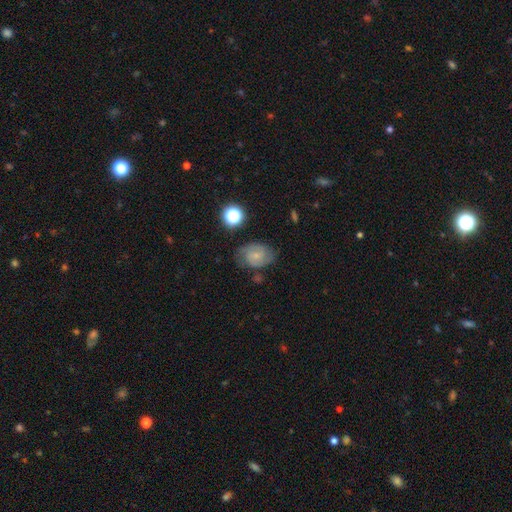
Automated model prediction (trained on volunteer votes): Smooth or featured?
  - featured or disk: 54% *
  - smooth: 36%
  - star or artifact: 11%
Edge-on disk?
  - no: 97% *
  - yes: 3%
Bar?
  - no: 51% *
  - weak: 41%
  - strong: 8%
Spiral arms?
  - yes: 86% *
  - no: 14%
Bulge size?
  - small: 66% *
  - moderate: 22%
  - none: 10%
  - large: 2%
  - dominant: 1%
Merging?
  - none: 65% *
  - minor disturbance: 23%
  - major disturbance: 9%
  - merger: 3%